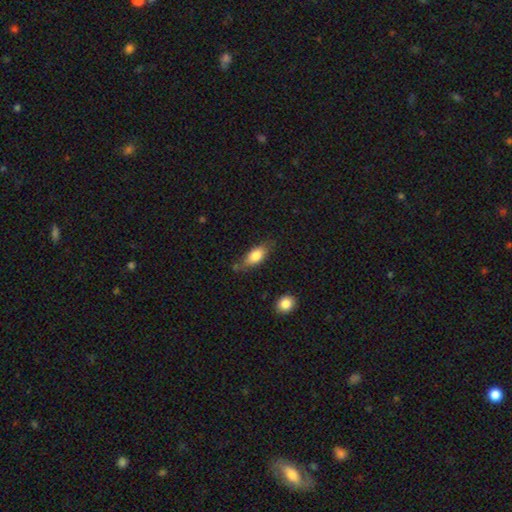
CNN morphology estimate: Smooth or featured? smooth (79%)
How rounded? in between (81%)
Merging? none (64%)